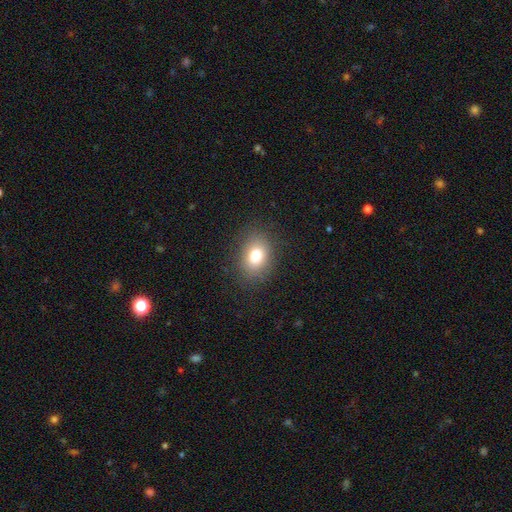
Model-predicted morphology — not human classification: A smooth galaxy with no disk features (77%) that is in between round and cigar-shaped (59%). Merging: none (85%).